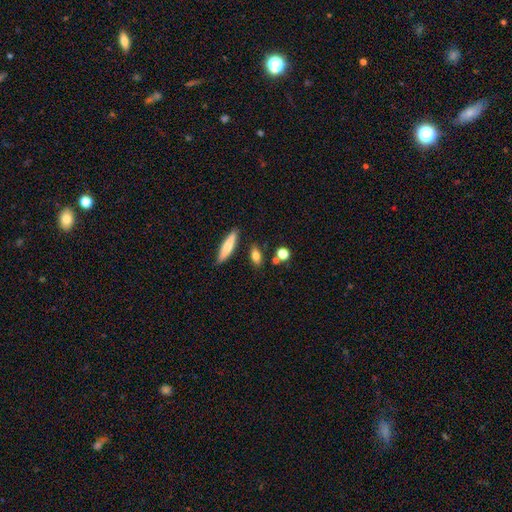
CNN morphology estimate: Smooth or featured? Predicted: smooth (p=0.77). How rounded? Predicted: in between (p=0.55). Merging? Predicted: none (p=0.77).